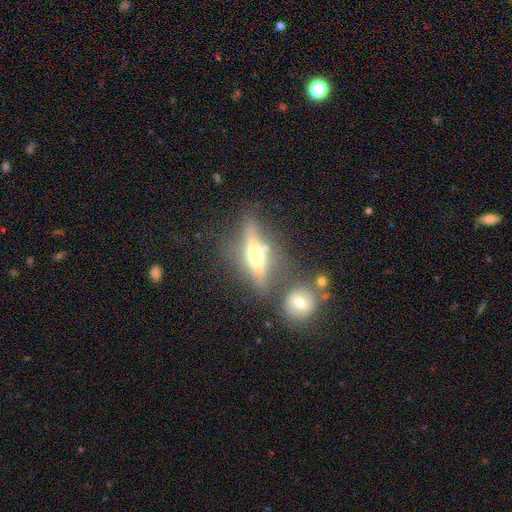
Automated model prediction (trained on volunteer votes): Overall: featured or disk (68%). Edge-on disk: yes (91%). Edge-on bulge: rounded (91%). Merging: none (66%).